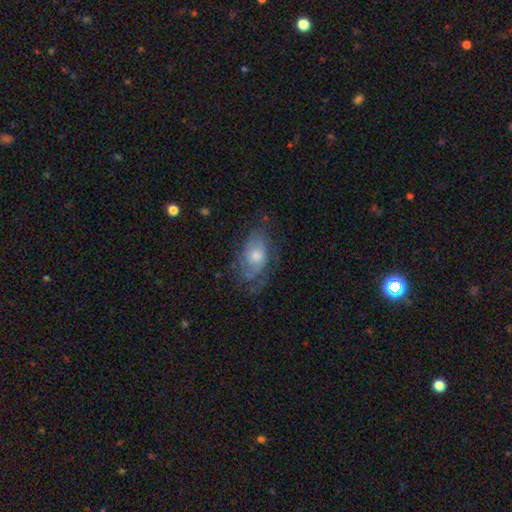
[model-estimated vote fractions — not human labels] This is likely a featured or disk galaxy (65%). It is clearly not viewed edge-on (93%). Bar: likely no (77%). Spiral arm pattern: clearly yes (82%). Central bulge: likely moderate (60%). Merging: likely none (62%).